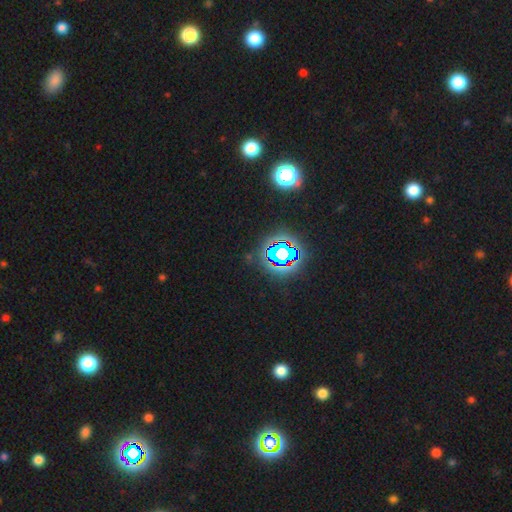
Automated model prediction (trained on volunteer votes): A star or artifact, not a galaxy (78%).